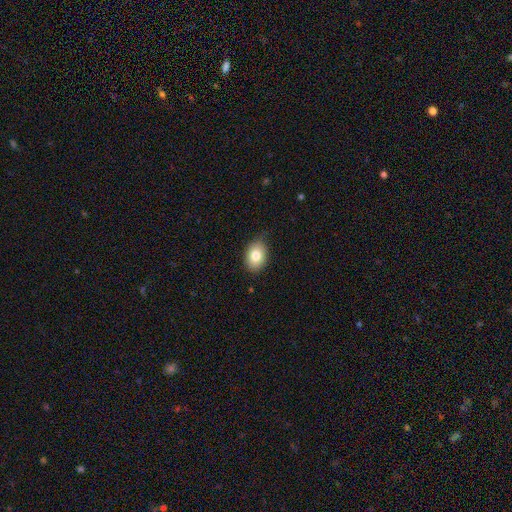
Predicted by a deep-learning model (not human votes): smooth_or_featured: smooth (p=0.80) [alt: featured or disk p=0.11]
how_rounded: in between (p=0.75) [alt: round p=0.24]
merging: none (p=0.79) [alt: minor disturbance p=0.17]